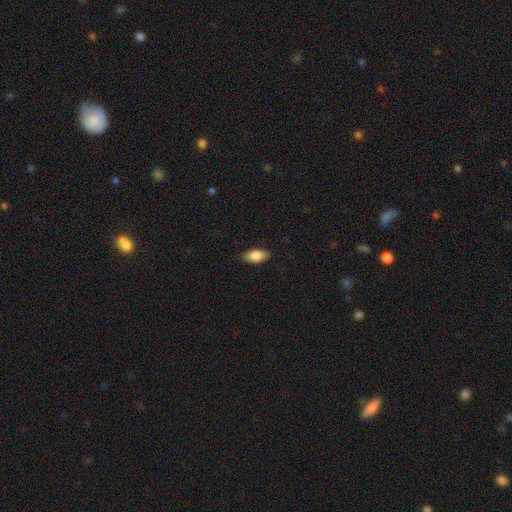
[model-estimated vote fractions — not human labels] A smooth galaxy with no disk features (83%) that is in between round and cigar-shaped (90%).

Vote fractions:
- Smooth or featured? smooth: 83% / featured or disk: 11% / star or artifact: 6%
- How rounded? in between: 90% / cigar-shaped: 6% / round: 4%
- Merging? none: 87% / minor disturbance: 10% / major disturbance: 2% / merger: 1%